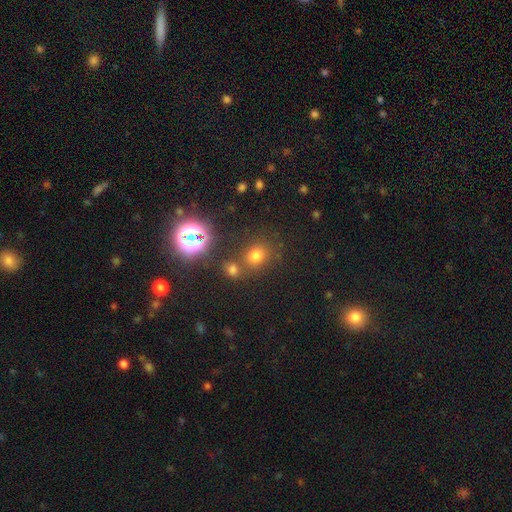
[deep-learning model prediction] Smooth or featured?
  - smooth: 66% *
  - star or artifact: 26%
  - featured or disk: 7%
How rounded?
  - round: 63% *
  - in between: 36%
  - cigar-shaped: 1%
Merging?
  - none: 67% *
  - merger: 18%
  - minor disturbance: 11%
  - major disturbance: 5%